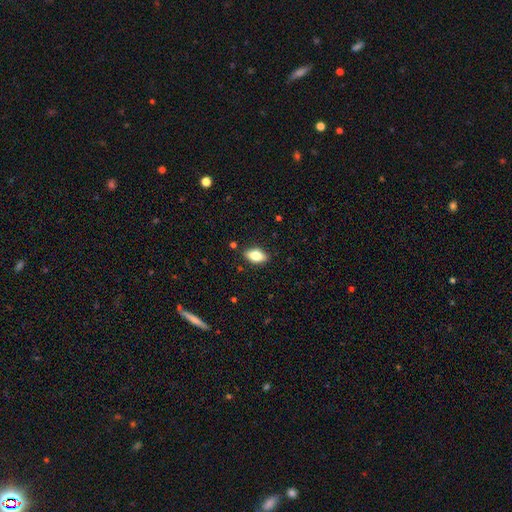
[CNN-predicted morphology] Smooth or featured?
  - smooth: 75% *
  - featured or disk: 17%
  - star or artifact: 8%
How rounded?
  - in between: 88% *
  - cigar-shaped: 7%
  - round: 5%
Merging?
  - none: 86% *
  - minor disturbance: 10%
  - major disturbance: 2%
  - merger: 1%